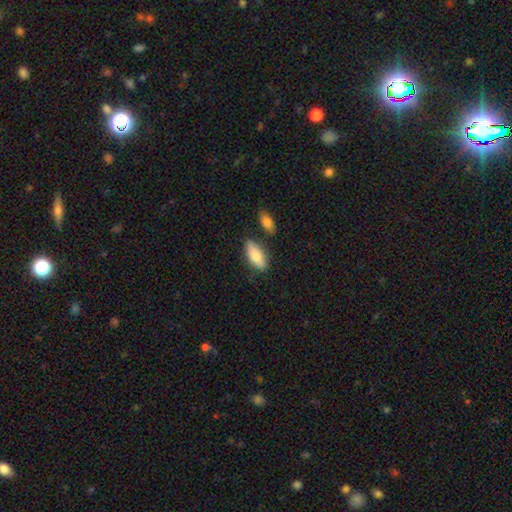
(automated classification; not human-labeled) Smooth or featured?
  - smooth: 74% *
  - featured or disk: 20%
  - star or artifact: 6%
How rounded?
  - in between: 80% *
  - cigar-shaped: 18%
  - round: 3%
Merging?
  - none: 76% *
  - minor disturbance: 14%
  - merger: 7%
  - major disturbance: 3%